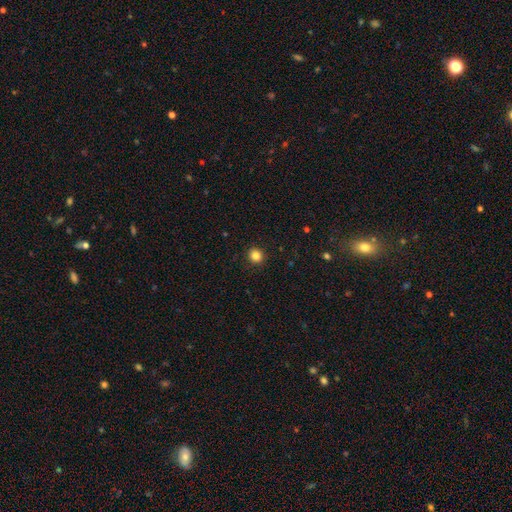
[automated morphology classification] type=smooth (84%); roundness=round (89%); merging=none (92%).